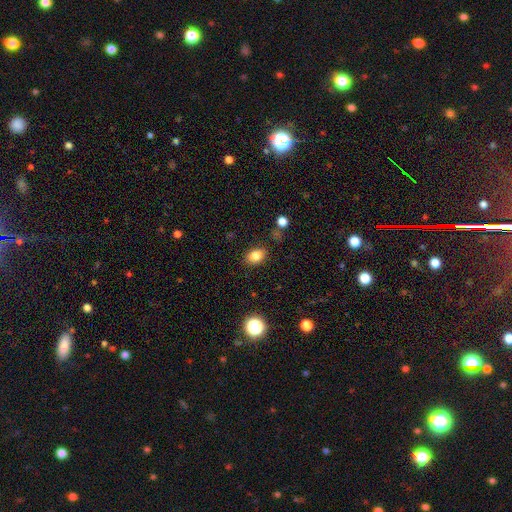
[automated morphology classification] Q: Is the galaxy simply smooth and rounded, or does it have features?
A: smooth — 82%.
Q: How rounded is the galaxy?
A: in between — 75%.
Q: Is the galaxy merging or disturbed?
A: none — 82%.